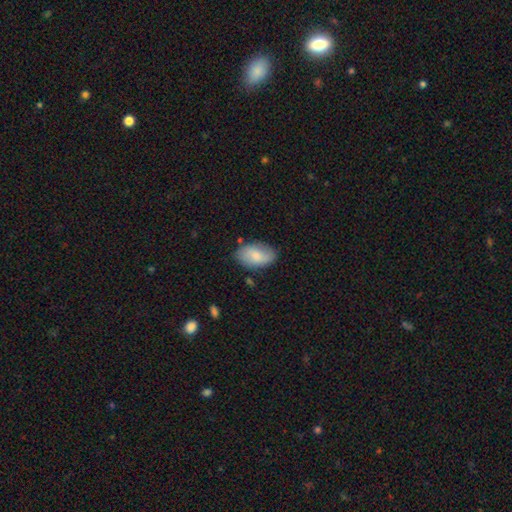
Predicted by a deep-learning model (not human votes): This is likely a smooth galaxy (78%). How rounded: clearly in between (94%). Merging: likely none (75%).